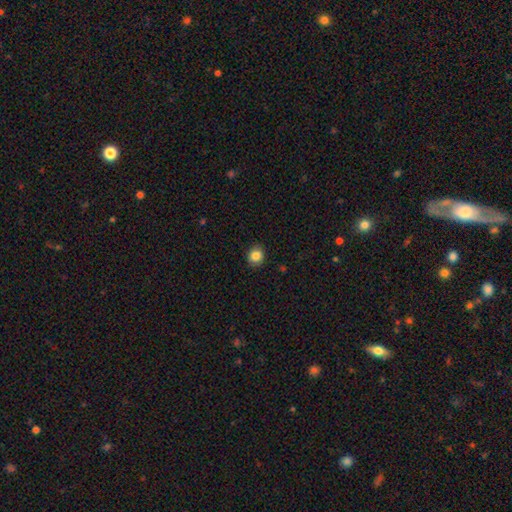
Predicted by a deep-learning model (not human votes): The model was most divided on "how rounded": round: 80%, in between: 19%, cigar-shaped: 1%. More confident: merging — none (90%); smooth or featured — smooth (85%).